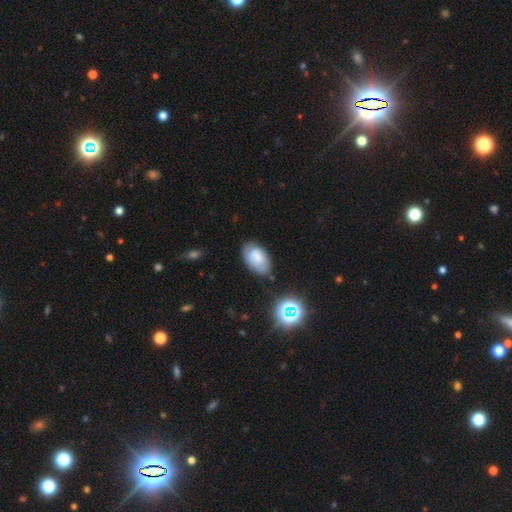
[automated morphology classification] This is likely a smooth galaxy (75%). How rounded: clearly in between (94%). Merging: likely none (67%).